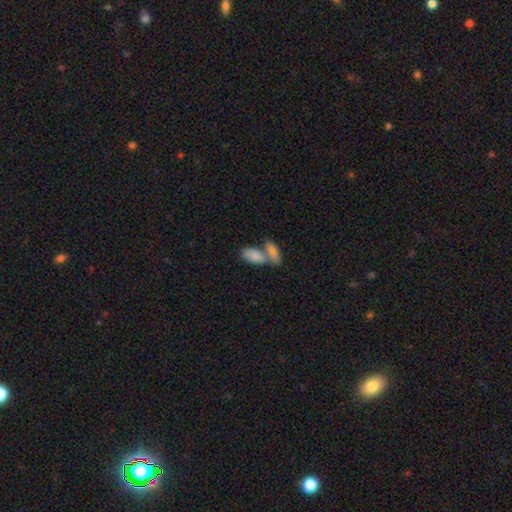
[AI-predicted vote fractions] Morphology: type=smooth (83%); roundness=in between (90%); merging=merger (61%).